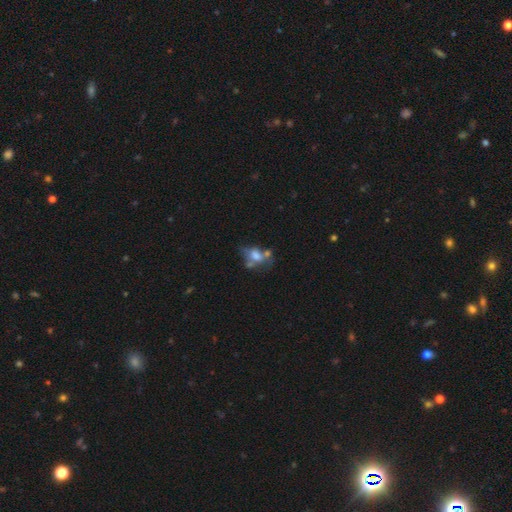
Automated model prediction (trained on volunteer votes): Smooth or featured? Predicted: smooth (p=0.51). How rounded? Predicted: in between (p=0.71). Merging? Predicted: merger (p=0.34).